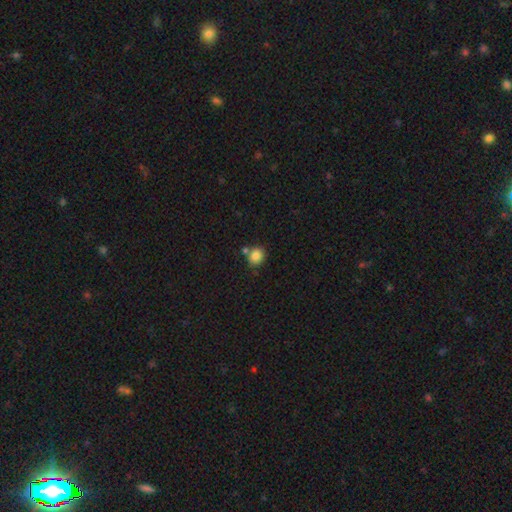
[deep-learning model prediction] Smooth or featured? smooth (85%)
How rounded? round (69%)
Merging? none (69%)